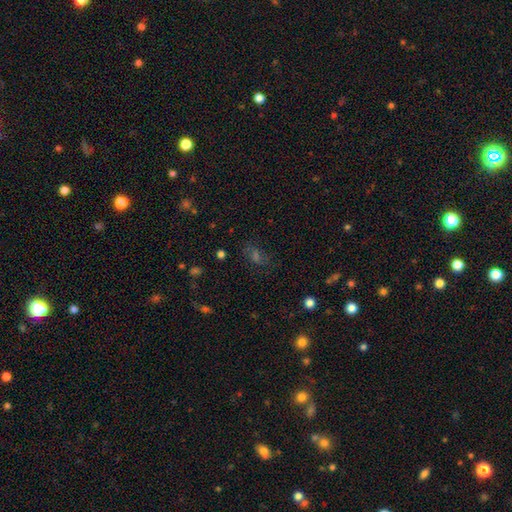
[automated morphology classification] star or artifact 41%, smooth 37%, featured or disk 22%.